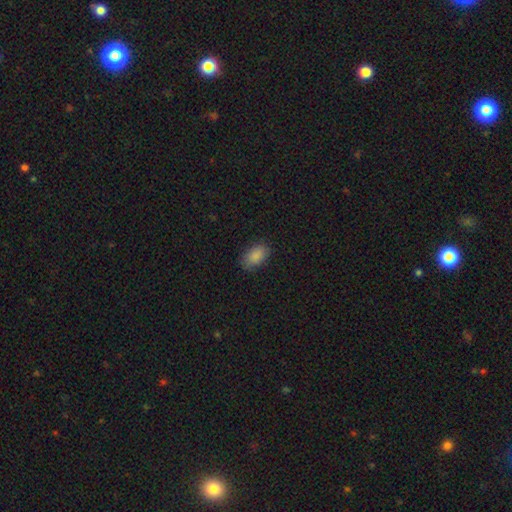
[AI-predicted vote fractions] Smooth or featured?
  - smooth: 87% *
  - star or artifact: 8%
  - featured or disk: 5%
How rounded?
  - in between: 91% *
  - round: 7%
  - cigar-shaped: 2%
Merging?
  - none: 81% *
  - minor disturbance: 15%
  - major disturbance: 3%
  - merger: 1%